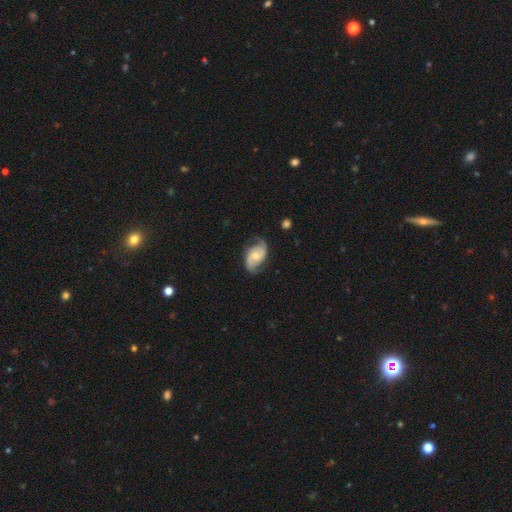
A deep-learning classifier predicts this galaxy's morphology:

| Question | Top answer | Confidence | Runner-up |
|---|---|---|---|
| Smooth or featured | featured or disk | 80% | smooth (14%) |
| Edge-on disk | no | 97% | yes (3%) |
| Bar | no | 55% | weak (37%) |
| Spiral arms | yes | 96% | no (4%) |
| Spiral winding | medium | 47% | loose (32%) |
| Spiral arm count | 2 | 90% | can't tell (4%) |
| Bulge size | moderate | 51% | small (40%) |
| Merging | none | 73% | minor disturbance (19%) |